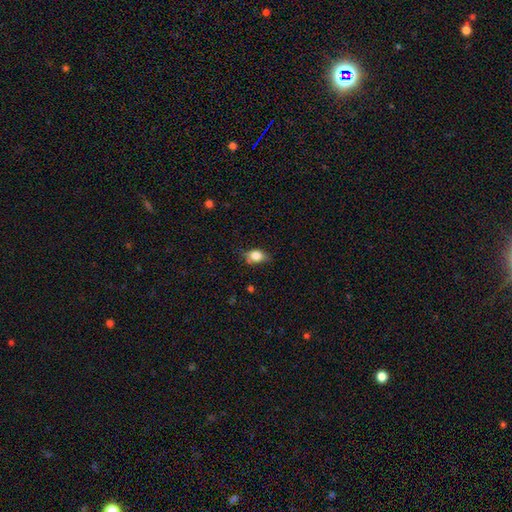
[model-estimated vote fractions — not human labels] Overall: smooth (79%). How rounded: in between (77%). Merging: none (69%).